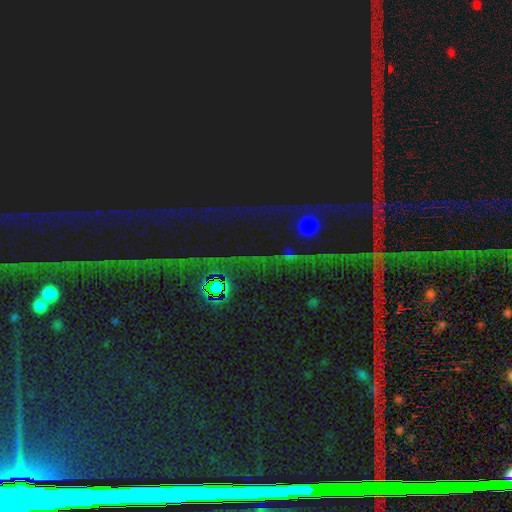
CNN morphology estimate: Smooth or featured?
  - star or artifact: 78% *
  - smooth: 11%
  - featured or disk: 11%